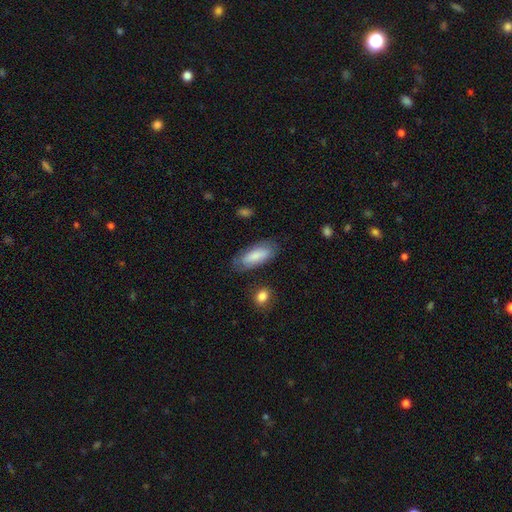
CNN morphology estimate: type=smooth (79%); roundness=in between (75%); merging=none (77%).